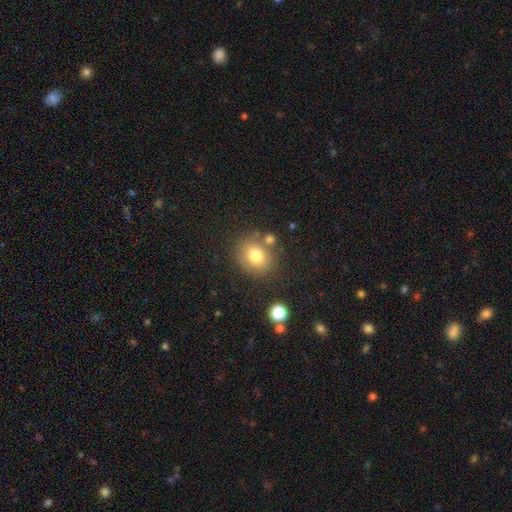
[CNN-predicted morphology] Smooth or featured? Predicted: smooth (p=0.77). How rounded? Predicted: round (p=0.69). Merging? Predicted: none (p=0.72).